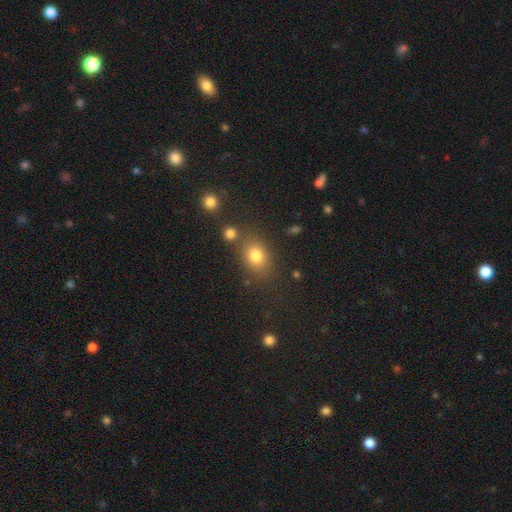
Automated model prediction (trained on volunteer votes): This appears to be a smooth galaxy with no disk features (79%) that is in between round and cigar-shaped (61%). Merging: none (72%).